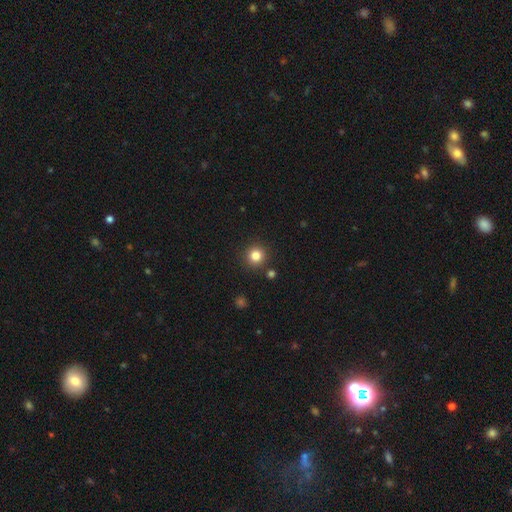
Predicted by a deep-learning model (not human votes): Smooth or featured? smooth (82%)
How rounded? round (94%)
Merging? none (89%)